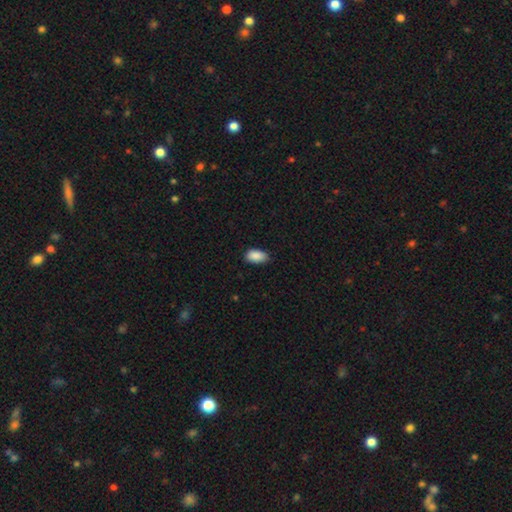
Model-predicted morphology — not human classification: Smooth or featured? Predicted: smooth (p=0.89). How rounded? Predicted: in between (p=0.94). Merging? Predicted: none (p=0.80).